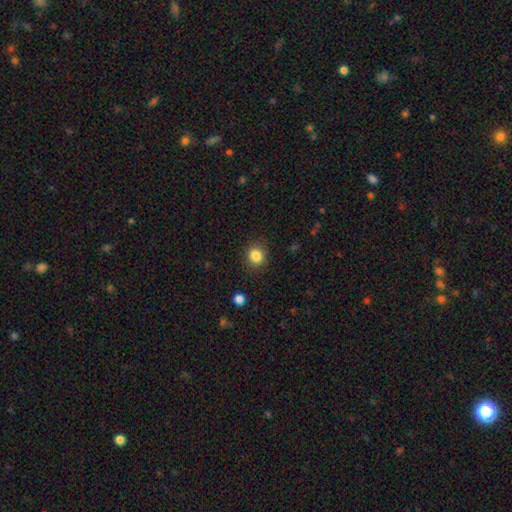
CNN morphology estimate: The model was most divided on "how rounded": round: 81%, in between: 18%, cigar-shaped: 1%. More confident: merging — none (88%); smooth or featured — smooth (85%).